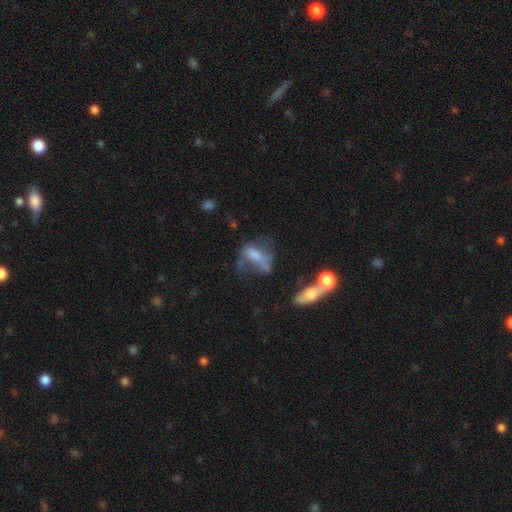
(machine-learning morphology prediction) type=featured or disk (47%); merging=major disturbance (42%).